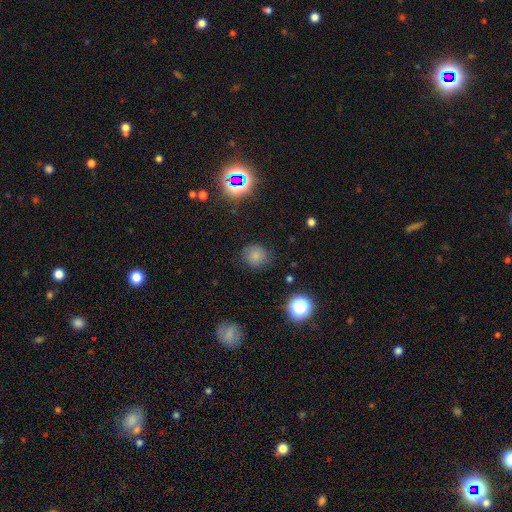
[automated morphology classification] A smooth galaxy with no disk features (77%) that is round (88%). Merging: none (83%).